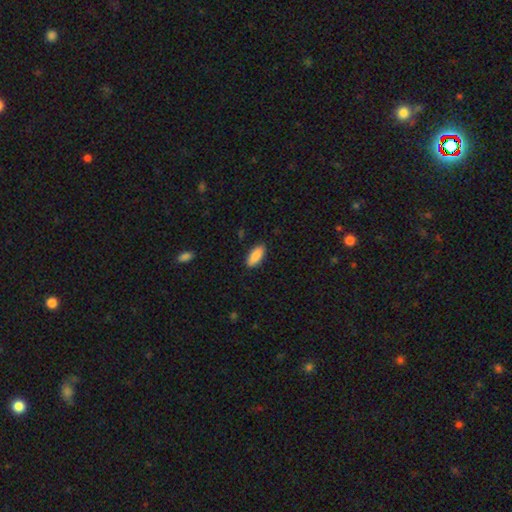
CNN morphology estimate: The model was most divided on "how rounded": in between: 82%, cigar-shaped: 16%, round: 2%. More confident: merging — none (88%); smooth or featured — smooth (88%).